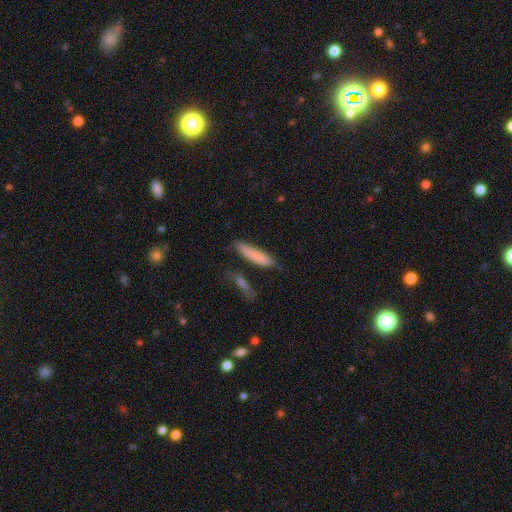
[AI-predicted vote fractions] smooth_or_featured: smooth (p=0.80) [alt: featured or disk p=0.14]
how_rounded: cigar-shaped (p=0.85) [alt: in between p=0.13]
merging: none (p=0.75) [alt: minor disturbance p=0.15]